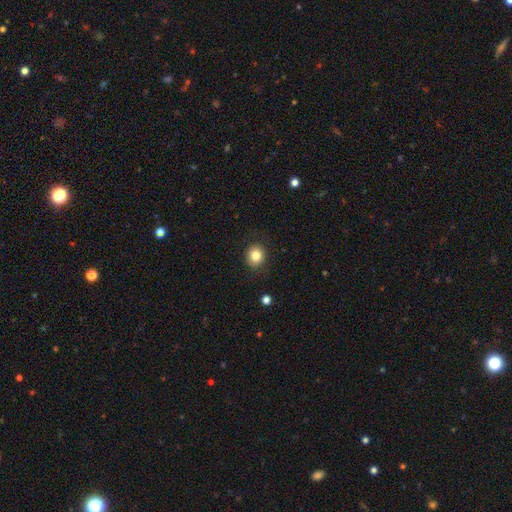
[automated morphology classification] A smooth galaxy with no disk features (83%) that is round (81%).

Vote fractions:
- Smooth or featured? smooth: 83% / star or artifact: 10% / featured or disk: 7%
- How rounded? round: 81% / in between: 18% / cigar-shaped: 1%
- Merging? none: 88% / minor disturbance: 8% / major disturbance: 2% / merger: 1%